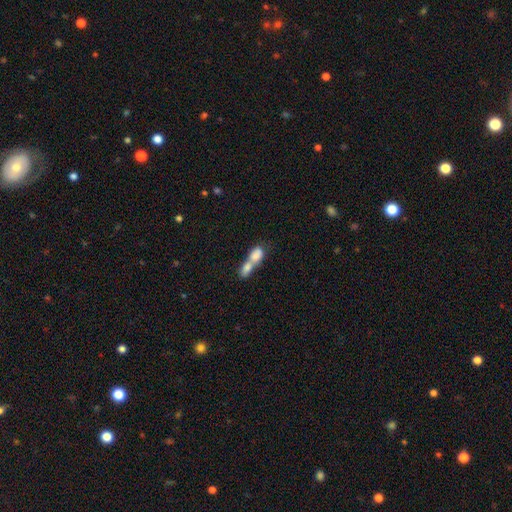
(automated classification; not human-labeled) Smooth or featured? Predicted: smooth (p=0.74). How rounded? Predicted: in between (p=0.70). Merging? Predicted: merger (p=0.79).